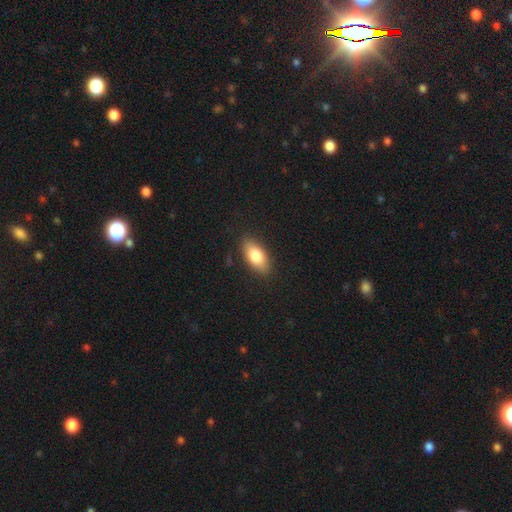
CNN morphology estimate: The model was most divided on "smooth or featured": smooth: 80%, featured or disk: 14%, star or artifact: 7%. More confident: how rounded — in between (88%); merging — none (86%).